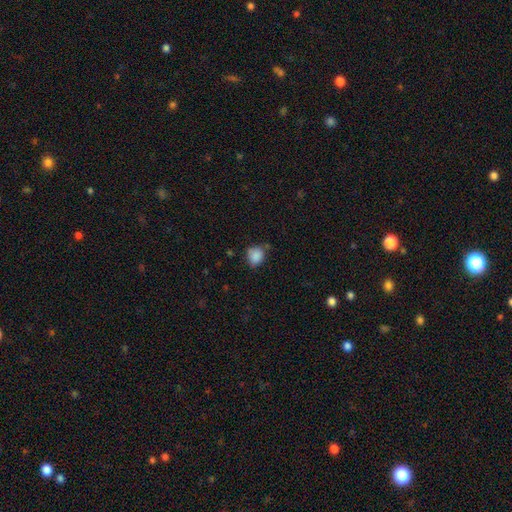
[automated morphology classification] Q: Smooth or featured?
A: smooth (86%); runner-up: star or artifact (9%)
Q: How rounded?
A: round (69%); runner-up: in between (30%)
Q: Merging?
A: none (59%); runner-up: minor disturbance (30%)